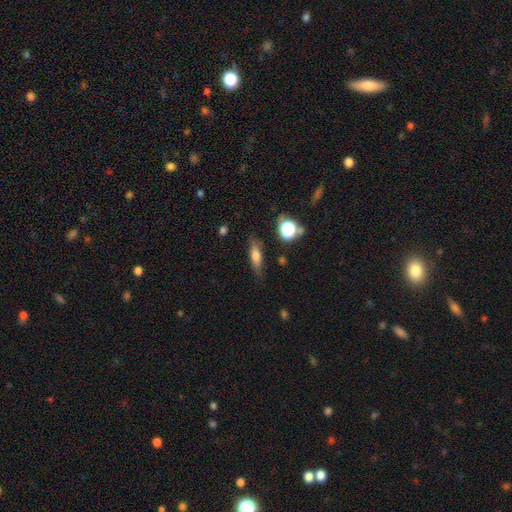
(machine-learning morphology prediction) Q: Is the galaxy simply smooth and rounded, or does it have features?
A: smooth — 63%.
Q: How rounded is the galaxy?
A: cigar-shaped — 57%.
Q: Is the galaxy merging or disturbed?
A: none — 81%.